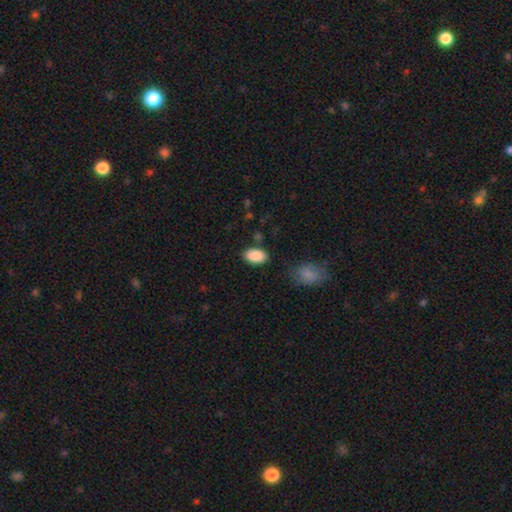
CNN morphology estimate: A smooth galaxy with no disk features (89%) that is in between round and cigar-shaped (91%). Merging: none (82%).